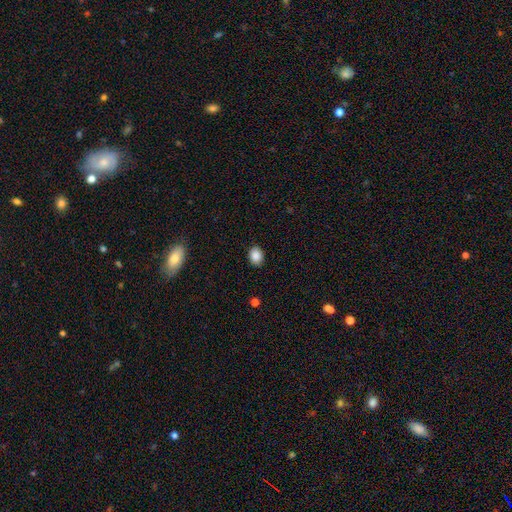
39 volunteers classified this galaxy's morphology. Overall: smooth (95%). How rounded: in between (59%; round 41%). Merging: none (89%).